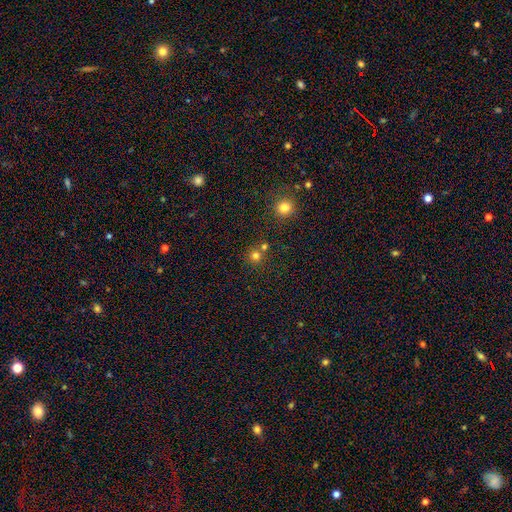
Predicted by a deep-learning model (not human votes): smooth_or_featured: smooth (p=0.76) [alt: star or artifact p=0.17]
how_rounded: round (p=0.92) [alt: in between p=0.07]
merging: none (p=0.68) [alt: merger p=0.23]